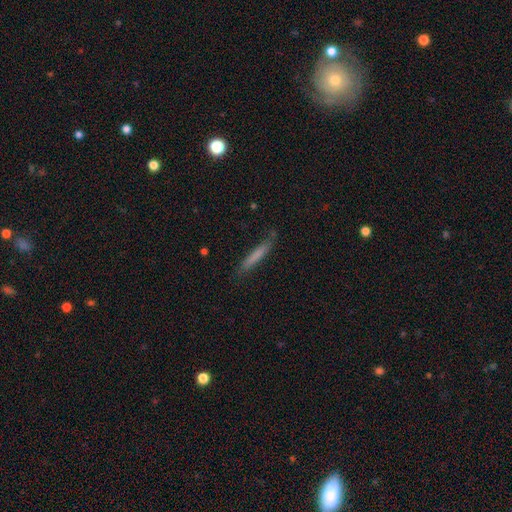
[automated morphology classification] This is likely a smooth galaxy (71%). How rounded: clearly cigar-shaped (94%). Merging: likely none (78%).